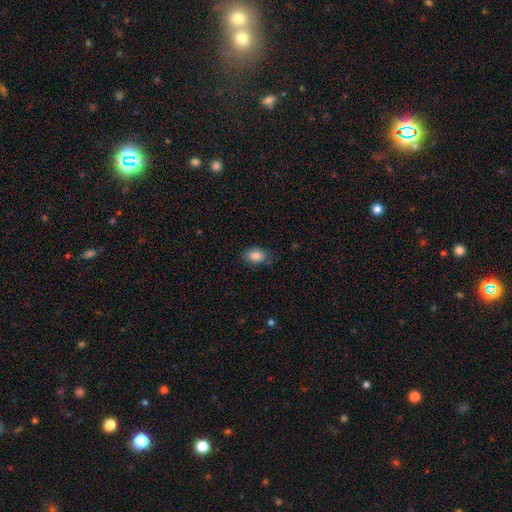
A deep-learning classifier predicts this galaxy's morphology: A smooth galaxy with no disk features (86%) that is in between round and cigar-shaped (84%).

Vote fractions:
- Smooth or featured? smooth: 86% / star or artifact: 8% / featured or disk: 6%
- How rounded? in between: 84% / round: 15% / cigar-shaped: 1%
- Merging? none: 76% / minor disturbance: 19% / major disturbance: 4% / merger: 1%